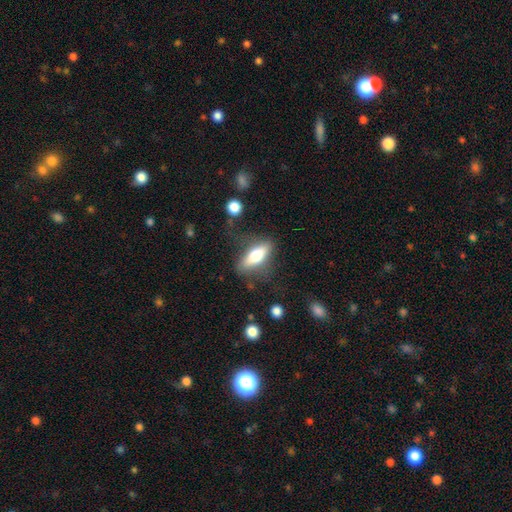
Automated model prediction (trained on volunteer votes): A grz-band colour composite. It shows a smooth galaxy with no disk features (62%) that is in between round and cigar-shaped (62%). Merging: none (69%).